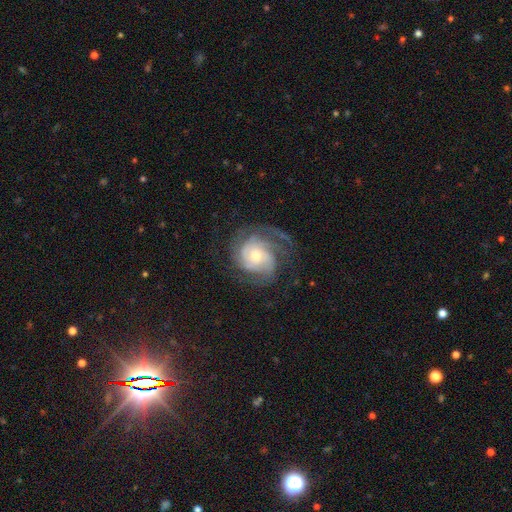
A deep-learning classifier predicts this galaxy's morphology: featured or disk 86%, smooth 9%, star or artifact 5%. Down the decision tree: edge-on disk — no (98%); bar — no (72%); spiral arms — yes (97%); spiral arm count — 3 (34%); spiral winding — tight (54%); bulge size — small (54%); merging — none (65%).